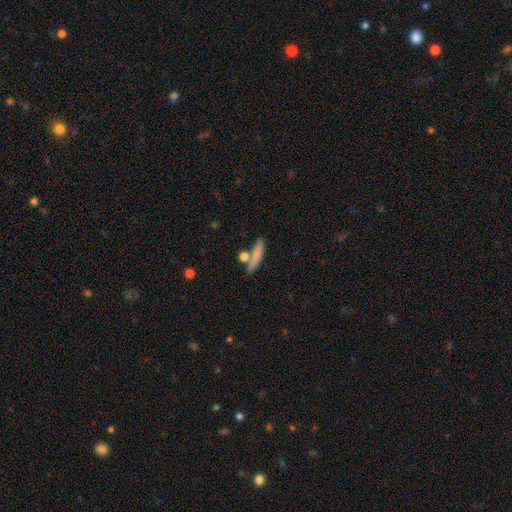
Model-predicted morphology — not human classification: Overall: smooth (75%). How rounded: cigar-shaped (73%). Merging: none (65%).